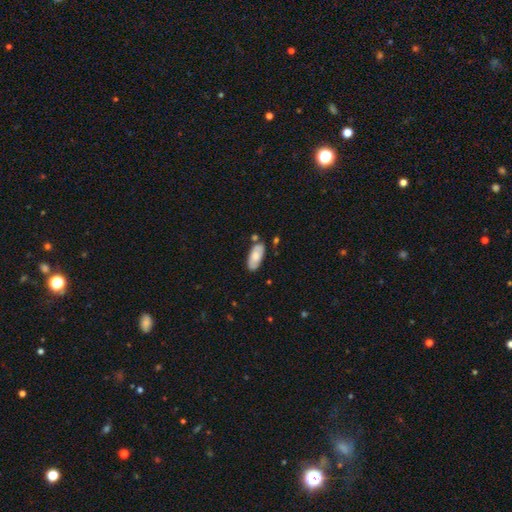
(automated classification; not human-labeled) Morphology: type=smooth (67%); roundness=in between (88%); merging=none (75%).